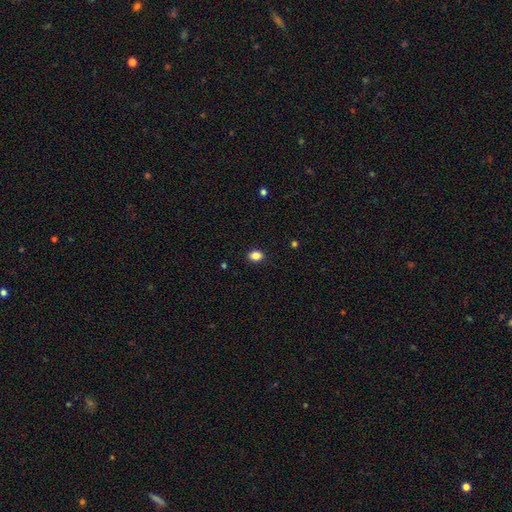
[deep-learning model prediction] This is clearly a smooth galaxy (86%). How rounded: likely in between (62%). Merging: clearly none (89%).